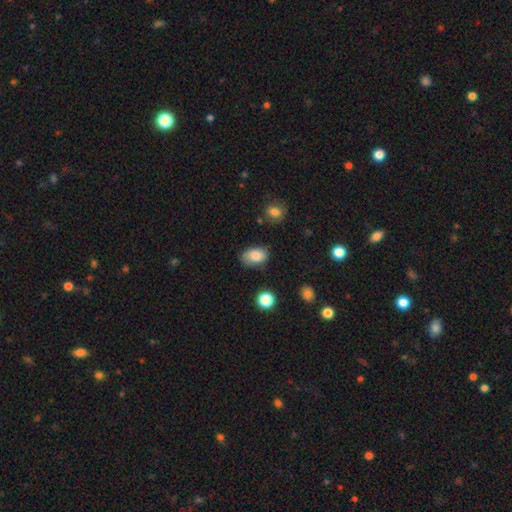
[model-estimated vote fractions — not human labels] smooth_or_featured: smooth (p=0.84) [alt: star or artifact p=0.08]
how_rounded: in between (p=0.88) [alt: round p=0.10]
merging: none (p=0.75) [alt: minor disturbance p=0.19]